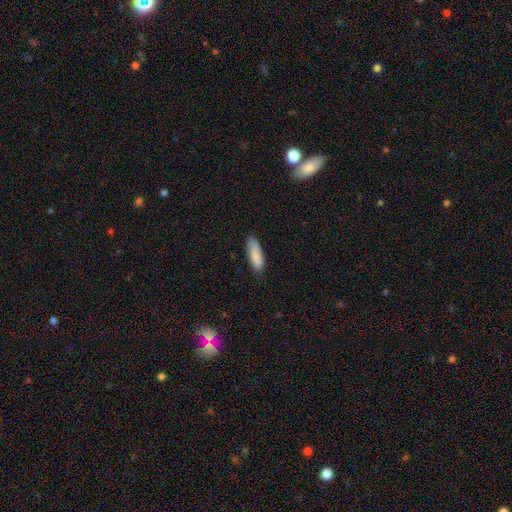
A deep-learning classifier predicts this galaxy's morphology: Smooth or featured: smooth — 87% (featured or disk — 7%)
How rounded: in between — 50% (cigar-shaped — 48%)
Merging: none — 82% (minor disturbance — 15%)